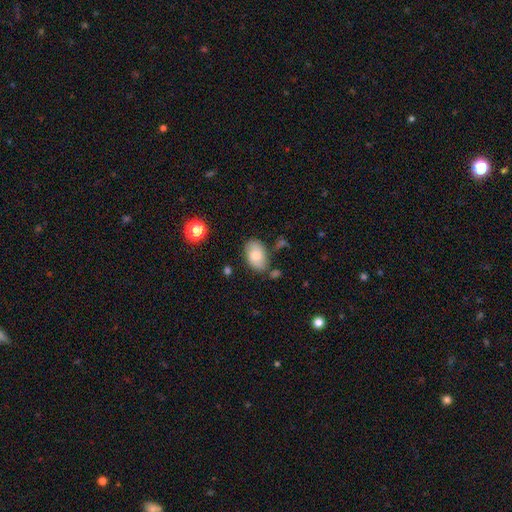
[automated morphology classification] Q: Smooth or featured?
A: smooth (75%); runner-up: featured or disk (17%)
Q: How rounded?
A: in between (90%); runner-up: round (9%)
Q: Merging?
A: none (70%); runner-up: minor disturbance (19%)